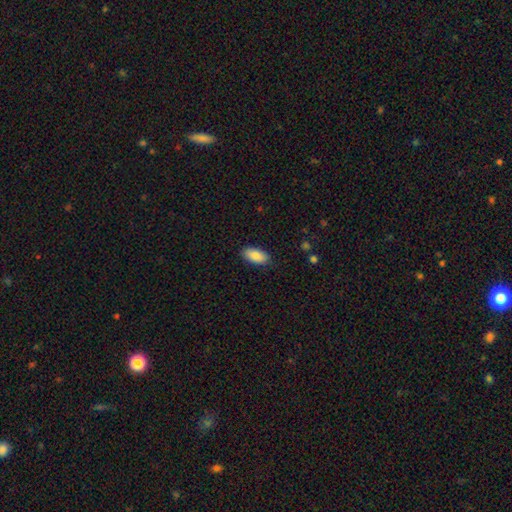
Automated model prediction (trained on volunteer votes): smooth 89%, star or artifact 6%, featured or disk 4%. Down the decision tree: how rounded — in between (92%); merging — none (87%).